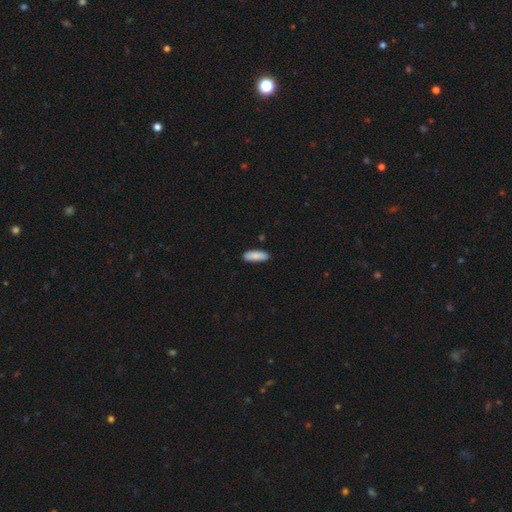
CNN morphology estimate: smooth_or_featured: smooth (p=0.88) [alt: featured or disk p=0.06]
how_rounded: in between (p=0.63) [alt: cigar-shaped p=0.35]
merging: none (p=0.86) [alt: minor disturbance p=0.11]